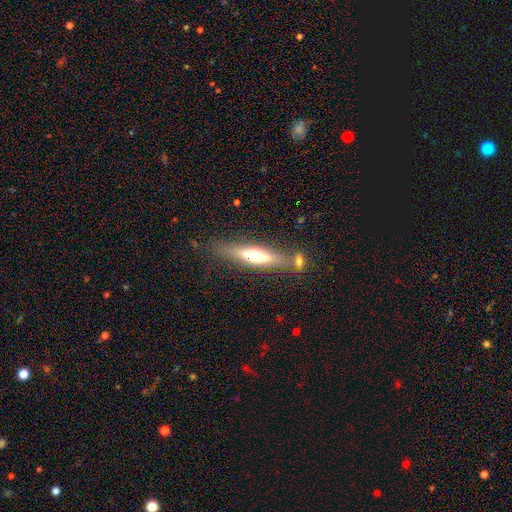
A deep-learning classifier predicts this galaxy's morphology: Smooth or featured: featured or disk — 53% (smooth — 41%)
Edge-on disk: yes — 86% (no — 14%)
Merging: none — 71% (minor disturbance — 14%)